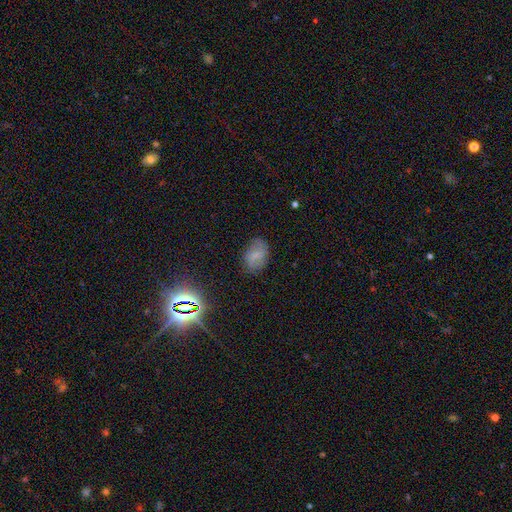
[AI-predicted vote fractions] smooth_or_featured: smooth (p=0.63) [alt: featured or disk p=0.23]
how_rounded: in between (p=0.86) [alt: round p=0.13]
merging: none (p=0.76) [alt: minor disturbance p=0.17]